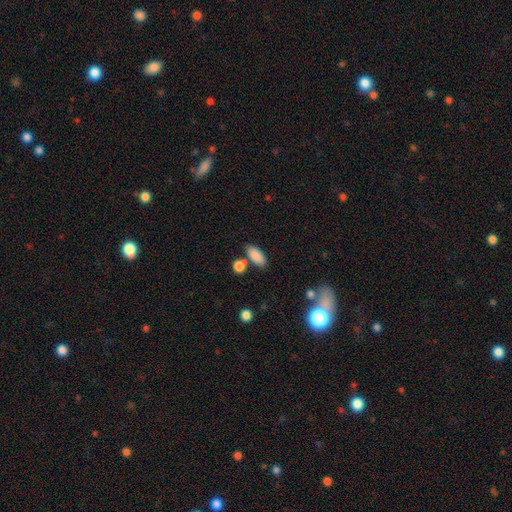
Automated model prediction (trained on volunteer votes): This is clearly a smooth galaxy (86%). How rounded: clearly in between (86%). Merging: likely none (68%).